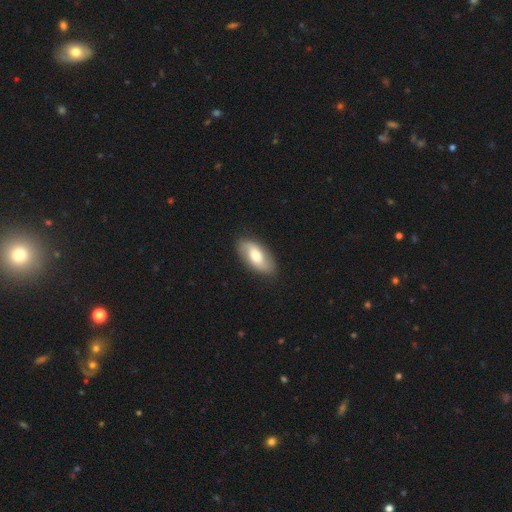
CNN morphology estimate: A smooth galaxy with no disk features (48%). Merging: none (85%).